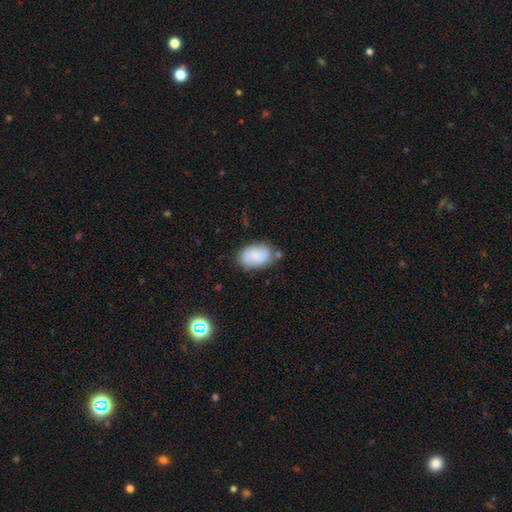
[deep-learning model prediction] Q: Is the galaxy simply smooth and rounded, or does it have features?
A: smooth — 68%.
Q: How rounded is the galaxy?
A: in between — 90%.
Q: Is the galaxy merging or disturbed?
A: none — 71%.